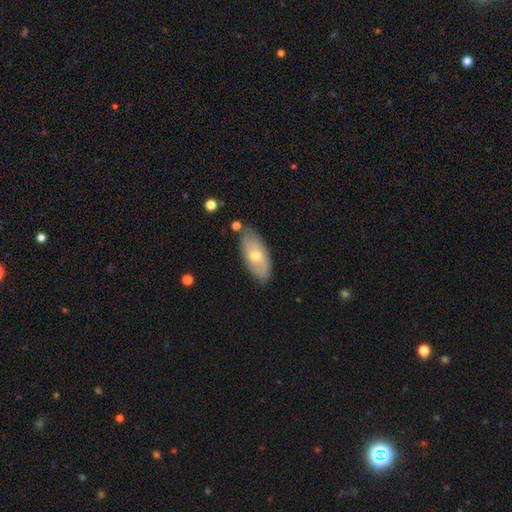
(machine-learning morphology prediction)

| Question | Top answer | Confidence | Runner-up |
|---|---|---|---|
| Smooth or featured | smooth | 55% | featured or disk (38%) |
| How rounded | in between | 86% | cigar-shaped (11%) |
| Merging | none | 79% | minor disturbance (15%) |